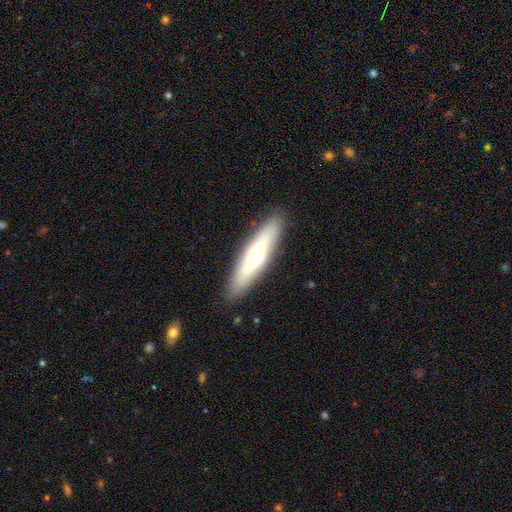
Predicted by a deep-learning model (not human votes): The model was most divided on "smooth or featured": smooth: 50%, featured or disk: 43%, star or artifact: 7%. More confident: merging — none (88%); how rounded — cigar-shaped (68%).